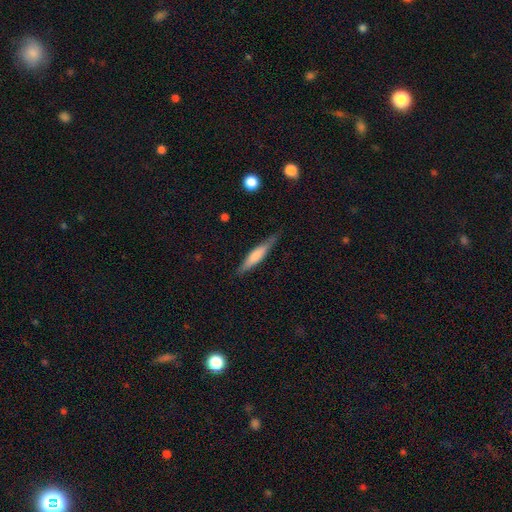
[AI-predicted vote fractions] smooth_or_featured: smooth (p=0.60) [alt: featured or disk p=0.34]
how_rounded: cigar-shaped (p=0.87) [alt: in between p=0.11]
merging: none (p=0.80) [alt: minor disturbance p=0.16]